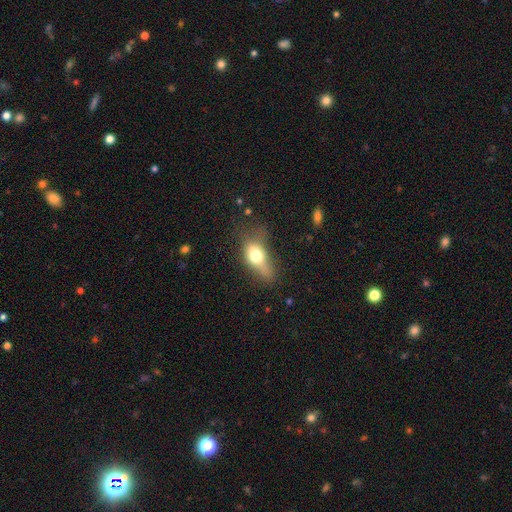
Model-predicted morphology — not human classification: This appears to be a smooth galaxy with no disk features (69%) that is in between round and cigar-shaped (76%). Merging: minor disturbance (33%).